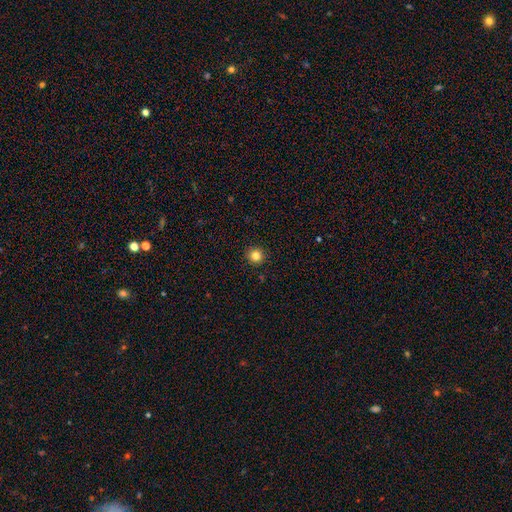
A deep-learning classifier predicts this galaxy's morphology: The model was most divided on "smooth or featured": smooth: 83%, star or artifact: 12%, featured or disk: 5%. More confident: how rounded — round (95%); merging — none (93%).